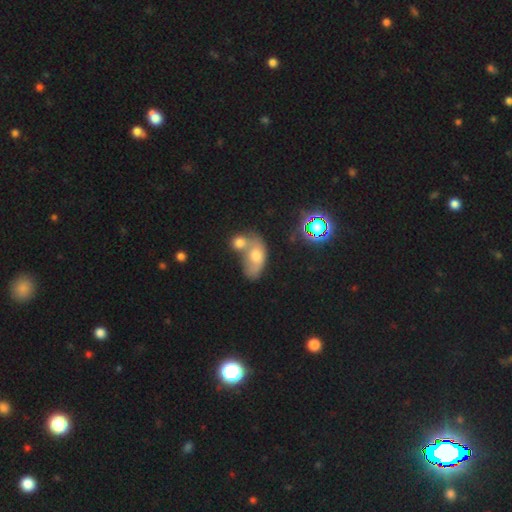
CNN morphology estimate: This appears to be a smooth galaxy with no disk features (61%) that is in between round and cigar-shaped (85%). Merging: merger (63%).